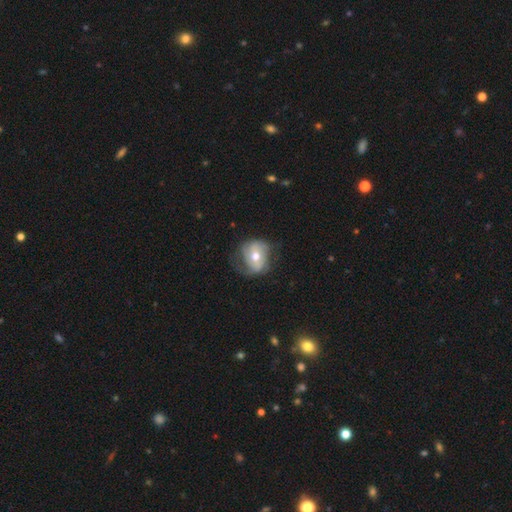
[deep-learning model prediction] Smooth or featured?
  - featured or disk: 66% *
  - smooth: 26%
  - star or artifact: 8%
Edge-on disk?
  - no: 97% *
  - yes: 3%
Bar?
  - no: 55% *
  - weak: 31%
  - strong: 14%
Spiral arms?
  - yes: 79% *
  - no: 21%
Spiral winding?
  - medium: 40% *
  - tight: 34%
  - loose: 26%
Spiral arm count?
  - 2: 56% *
  - can't tell: 21%
  - 3: 10%
  - 1: 9%
  - 4: 2%
  - more than 4: 2%
Bulge size?
  - moderate: 72% *
  - small: 20%
  - large: 5%
  - dominant: 1%
  - none: 1%
Merging?
  - none: 56% *
  - minor disturbance: 25%
  - major disturbance: 17%
  - merger: 2%